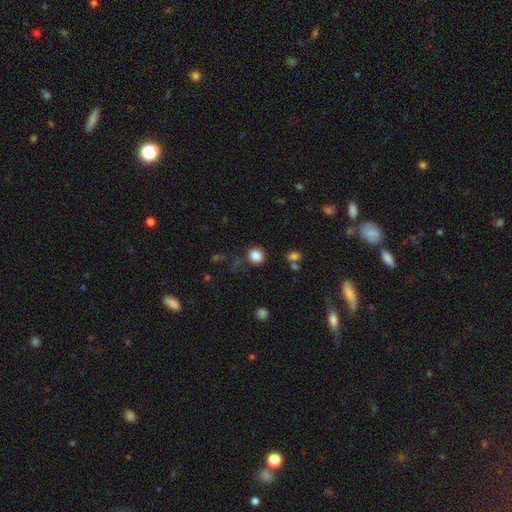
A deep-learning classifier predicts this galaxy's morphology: A smooth galaxy with no disk features (85%) that is round (85%).

Vote fractions:
- Smooth or featured? smooth: 85% / star or artifact: 11% / featured or disk: 4%
- How rounded? round: 85% / in between: 14% / cigar-shaped: 1%
- Merging? none: 83% / minor disturbance: 10% / major disturbance: 4% / merger: 3%